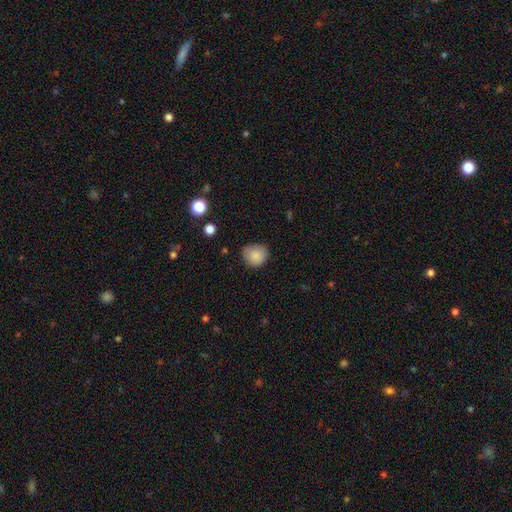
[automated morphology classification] Q: Smooth or featured?
A: smooth (84%); runner-up: star or artifact (9%)
Q: How rounded?
A: round (77%); runner-up: in between (22%)
Q: Merging?
A: none (66%); runner-up: minor disturbance (28%)